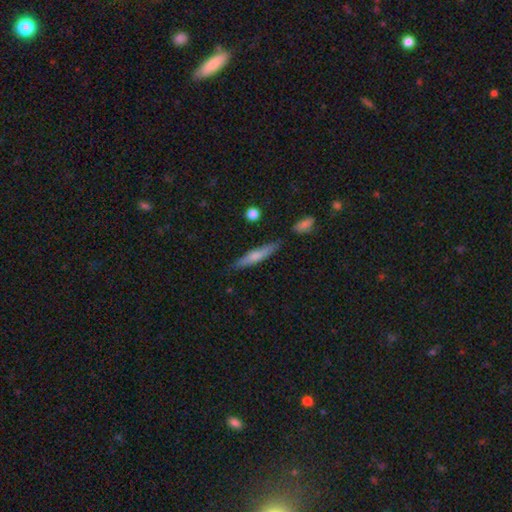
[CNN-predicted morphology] smooth 61%, featured or disk 32%, star or artifact 6%. Down the decision tree: how rounded — cigar-shaped (88%); merging — none (81%).